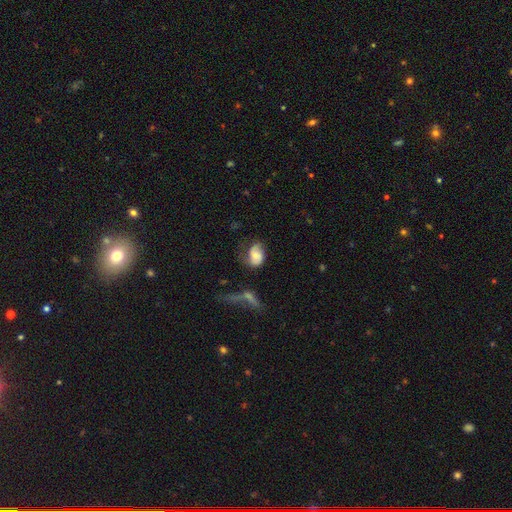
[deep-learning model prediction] Smooth or featured? Predicted: smooth (p=0.51). How rounded? Predicted: in between (p=0.76). Merging? Predicted: none (p=0.40).